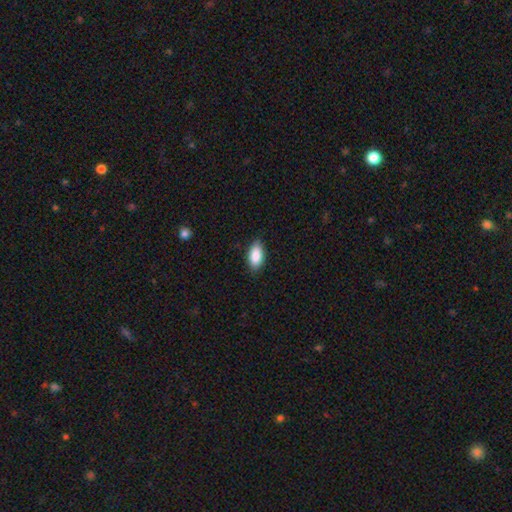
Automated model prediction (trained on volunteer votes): smooth_or_featured: smooth (p=0.89) [alt: star or artifact p=0.06]
how_rounded: in between (p=0.92) [alt: cigar-shaped p=0.05]
merging: none (p=0.86) [alt: minor disturbance p=0.11]